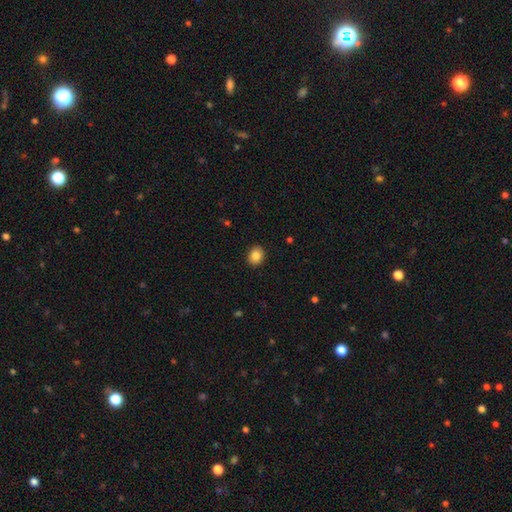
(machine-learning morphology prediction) Smooth or featured: smooth — 86% (star or artifact — 9%)
How rounded: in between — 51% (round — 48%)
Merging: none — 91% (minor disturbance — 6%)